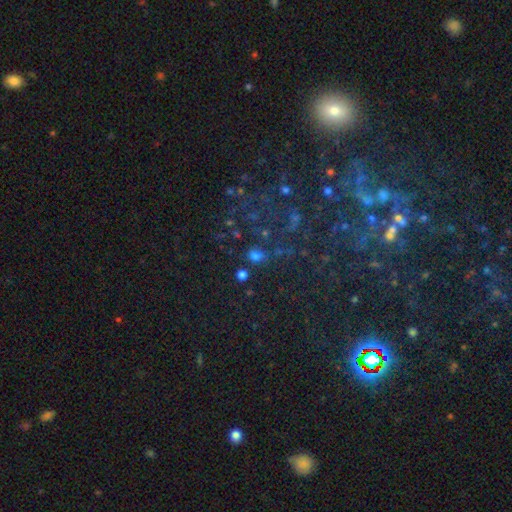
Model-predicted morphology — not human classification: Overall: smooth (68%). How rounded: round (64%; in between 34%). Merging: none (76%).